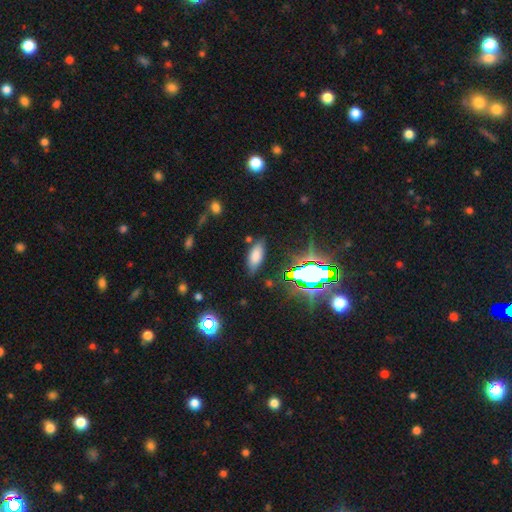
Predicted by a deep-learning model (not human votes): Q: Smooth or featured?
A: smooth (72%); runner-up: star or artifact (17%)
Q: How rounded?
A: in between (83%); runner-up: cigar-shaped (14%)
Q: Merging?
A: none (78%); runner-up: minor disturbance (15%)